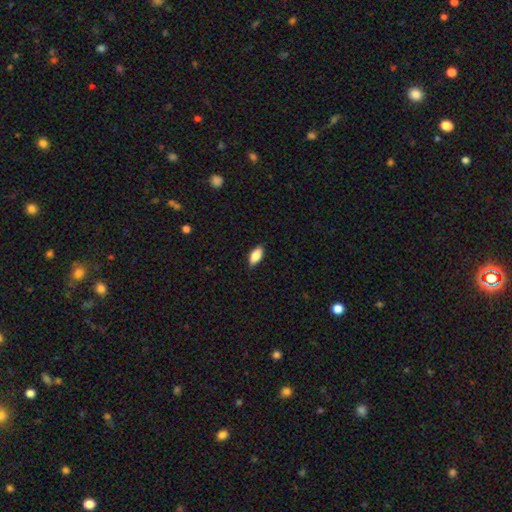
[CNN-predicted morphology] A smooth galaxy with no disk features (85%) that is in between round and cigar-shaped (89%).

Vote fractions:
- Smooth or featured? smooth: 85% / featured or disk: 9% / star or artifact: 7%
- How rounded? in between: 89% / cigar-shaped: 9% / round: 3%
- Merging? none: 86% / minor disturbance: 11% / major disturbance: 2% / merger: 1%